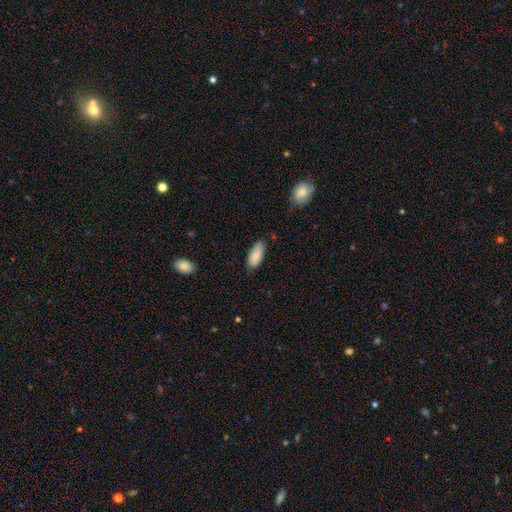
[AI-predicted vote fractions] smooth_or_featured: smooth (p=0.83) [alt: featured or disk p=0.11]
how_rounded: in between (p=0.86) [alt: cigar-shaped p=0.13]
merging: none (p=0.74) [alt: minor disturbance p=0.21]